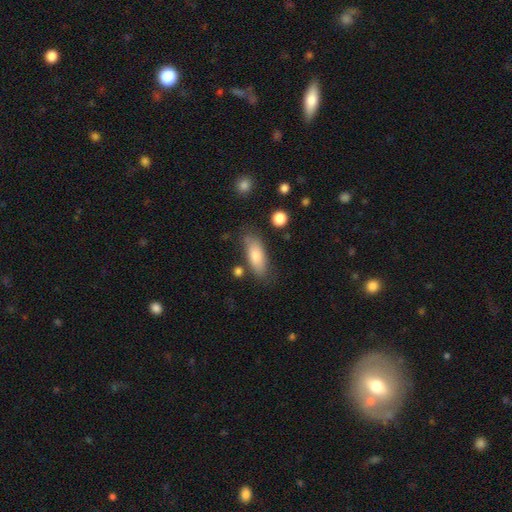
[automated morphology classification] Smooth or featured: smooth — 77% (featured or disk — 17%)
How rounded: in between — 74% (cigar-shaped — 23%)
Merging: none — 71% (minor disturbance — 19%)